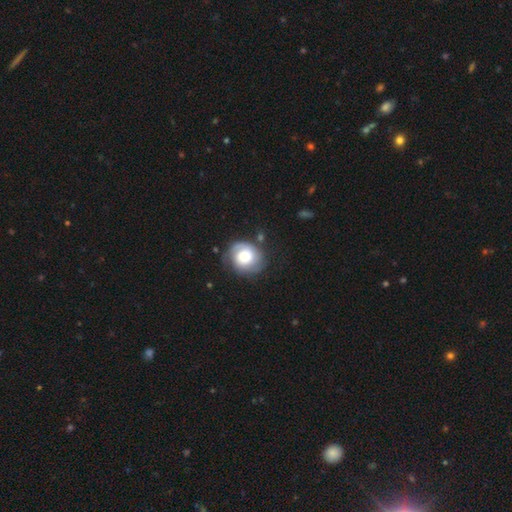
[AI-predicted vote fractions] Smooth or featured: smooth — 57% (featured or disk — 25%)
How rounded: round — 85% (in between — 14%)
Merging: none — 81% (minor disturbance — 12%)